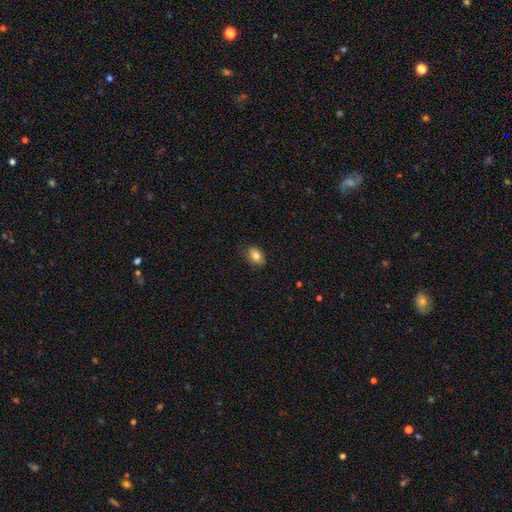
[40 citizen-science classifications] Volunteers were most divided on "merging": none: 76%, minor disturbance: 21%, major disturbance: 3%, merger: 0%. More confident: how rounded — in between (85%); smooth or featured — smooth (85%).